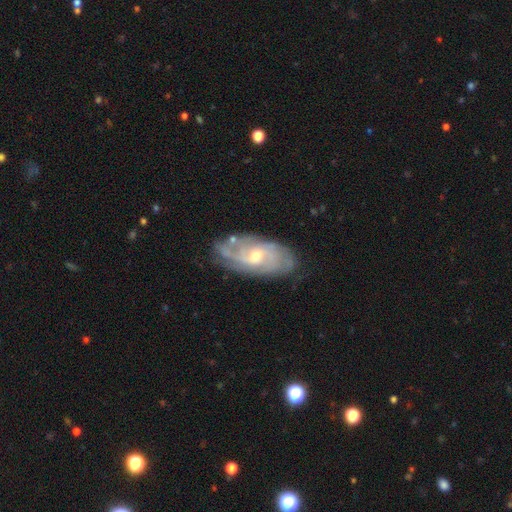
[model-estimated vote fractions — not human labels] Overall: featured or disk (83%). Edge-on disk: no (93%). Bar: no (59%; weak 35%). Spiral arms: yes (93%). Spiral arm count: can't tell (39%; 2 23%). Spiral winding: tight (57%; medium 33%). Bulge size: moderate (50%; small 47%). Merging: none (74%).